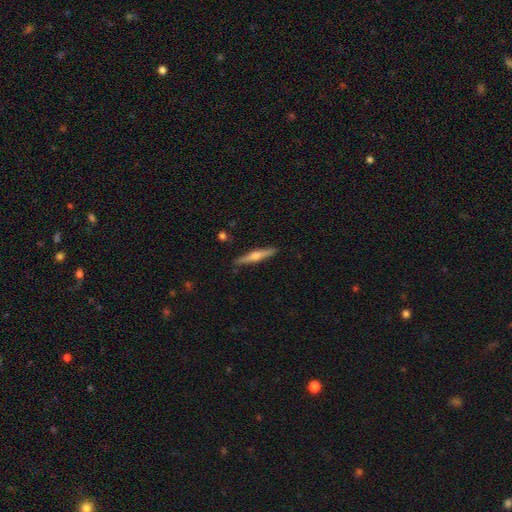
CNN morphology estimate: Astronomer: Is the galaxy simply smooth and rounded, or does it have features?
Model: featured or disk — 58% (runner-up: smooth, 36%).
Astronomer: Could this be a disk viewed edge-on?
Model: yes — 97%.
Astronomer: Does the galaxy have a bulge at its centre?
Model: rounded — 87%.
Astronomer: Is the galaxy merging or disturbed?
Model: none — 89%.